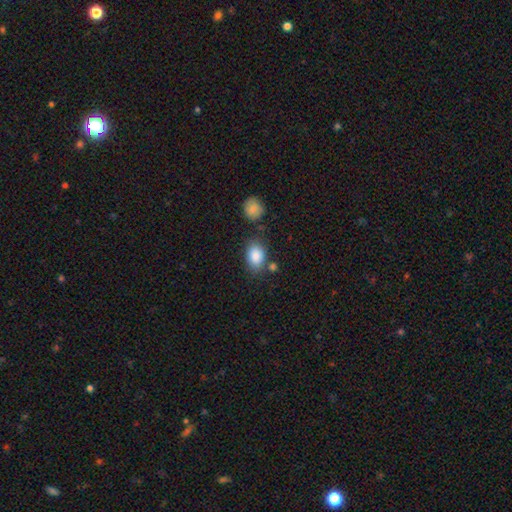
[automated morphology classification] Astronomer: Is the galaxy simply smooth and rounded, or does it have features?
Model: smooth — 86%.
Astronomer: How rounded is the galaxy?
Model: in between — 80%.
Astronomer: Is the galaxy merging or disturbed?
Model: none — 71%.